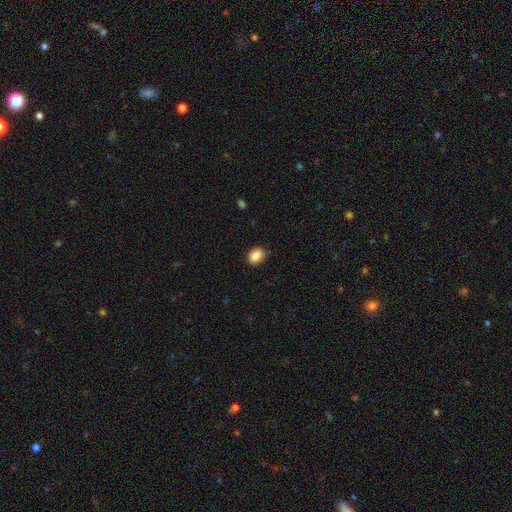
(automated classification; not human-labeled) Morphology: type=smooth (88%); roundness=in between (68%); merging=none (85%).